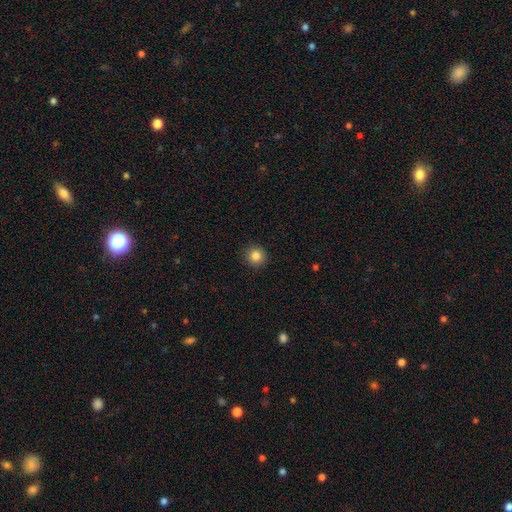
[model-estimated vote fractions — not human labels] This appears to be a smooth galaxy with no disk features (84%) that is round (94%). Merging: none (92%).